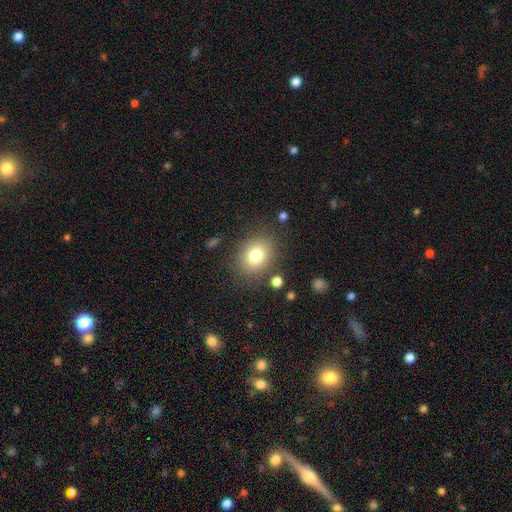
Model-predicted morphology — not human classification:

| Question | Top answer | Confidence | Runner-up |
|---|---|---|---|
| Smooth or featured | smooth | 78% | star or artifact (11%) |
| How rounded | round | 53% | in between (46%) |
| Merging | none | 82% | minor disturbance (11%) |